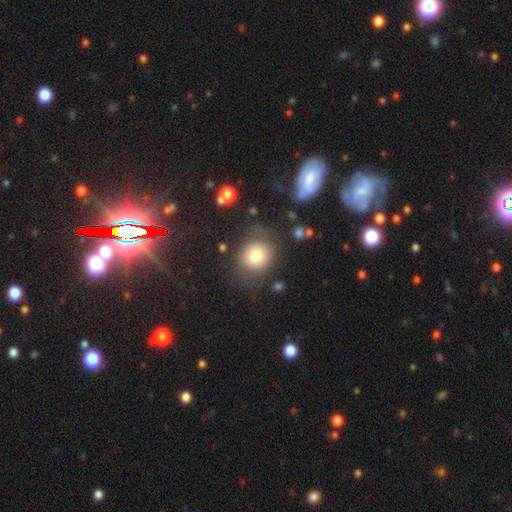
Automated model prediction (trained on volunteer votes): Q: Smooth or featured?
A: smooth (77%); runner-up: featured or disk (13%)
Q: How rounded?
A: round (74%); runner-up: in between (25%)
Q: Merging?
A: none (69%); runner-up: minor disturbance (18%)